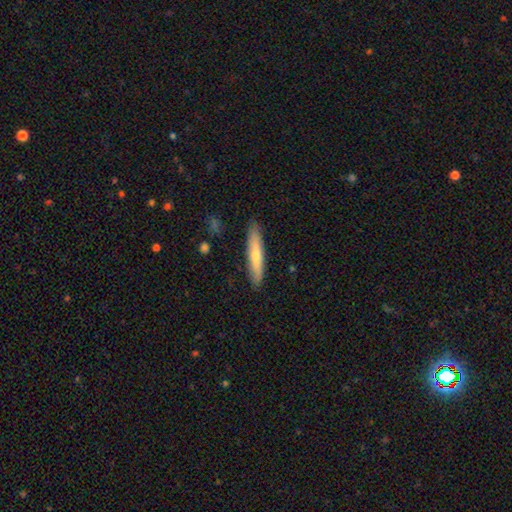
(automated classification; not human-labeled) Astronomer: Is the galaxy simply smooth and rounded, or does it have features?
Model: smooth — 57% (runner-up: featured or disk, 37%).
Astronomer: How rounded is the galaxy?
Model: cigar-shaped — 88%.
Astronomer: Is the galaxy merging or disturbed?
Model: none — 88%.